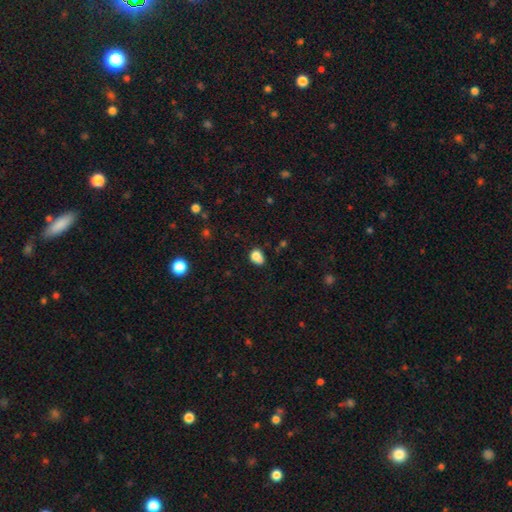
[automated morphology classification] smooth 78%, star or artifact 12%, featured or disk 10%. Down the decision tree: how rounded — in between (54%); merging — none (40%).